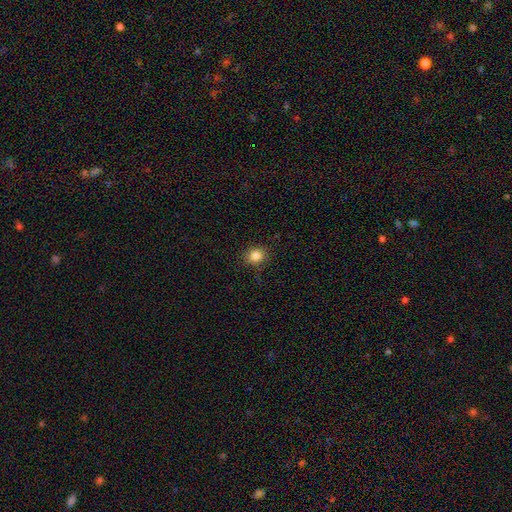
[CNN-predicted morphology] smooth-or-featured: smooth: 85% | star or artifact: 11% | featured or disk: 4%
  how-rounded: round: 79% | in between: 20% | cigar-shaped: 1%
  merging: none: 85% | minor disturbance: 11% | major disturbance: 3% | merger: 1%